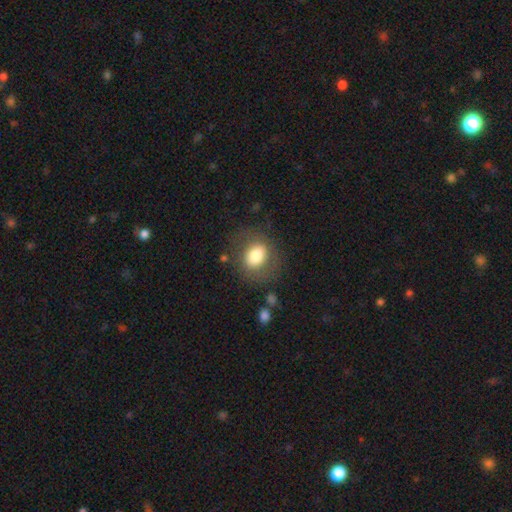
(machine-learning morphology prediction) Q: Smooth or featured?
A: smooth (74%); runner-up: featured or disk (17%)
Q: How rounded?
A: round (56%); runner-up: in between (43%)
Q: Merging?
A: none (74%); runner-up: minor disturbance (15%)